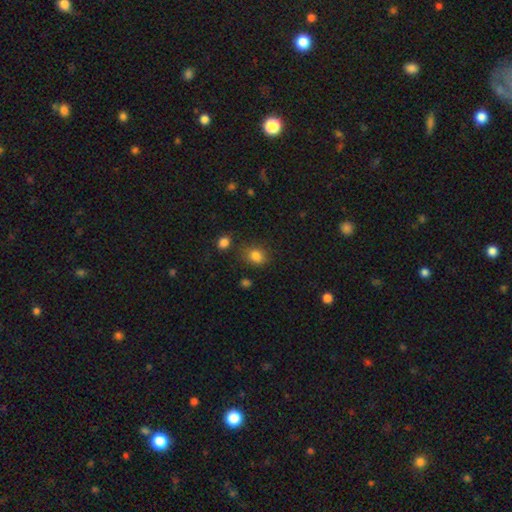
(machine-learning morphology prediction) Smooth or featured? smooth (82%)
How rounded? in between (53%)
Merging? none (75%)